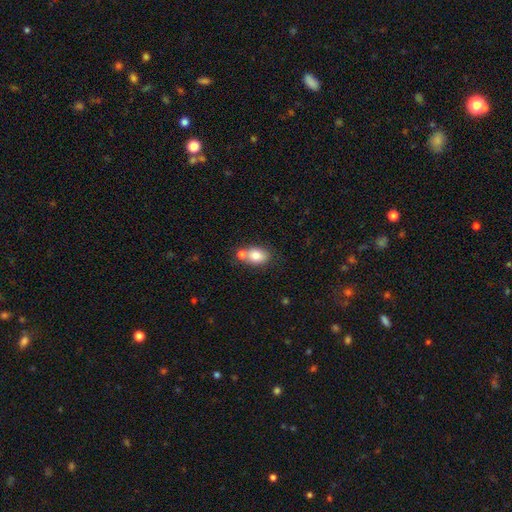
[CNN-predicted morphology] Smooth or featured: smooth — 78% (featured or disk — 13%)
How rounded: in between — 75% (round — 24%)
Merging: none — 47% (merger — 38%)